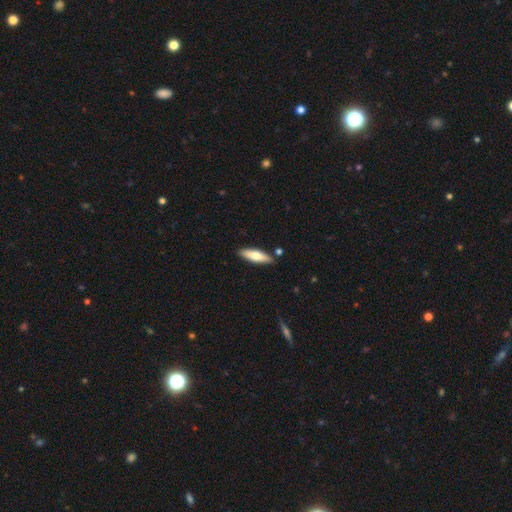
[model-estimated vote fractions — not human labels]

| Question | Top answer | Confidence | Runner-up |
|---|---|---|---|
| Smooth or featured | smooth | 63% | featured or disk (32%) |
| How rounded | cigar-shaped | 65% | in between (33%) |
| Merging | none | 86% | minor disturbance (9%) |